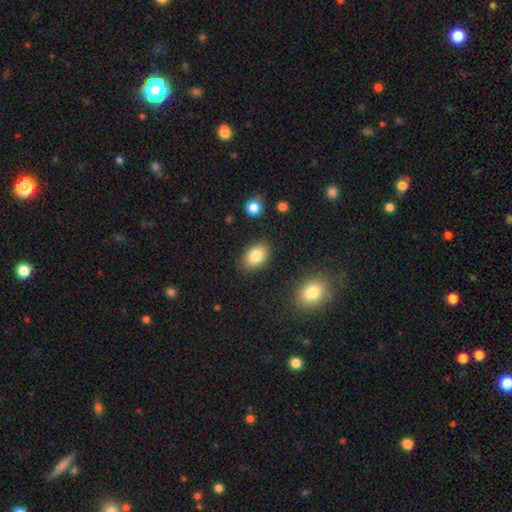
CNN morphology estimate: A smooth galaxy with no disk features (82%) that is in between round and cigar-shaped (87%). Merging: none (85%).